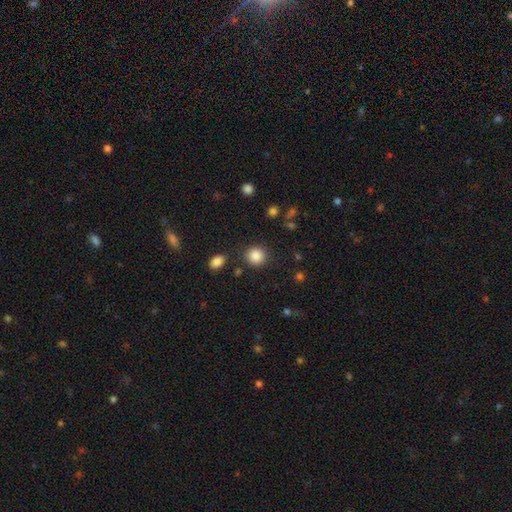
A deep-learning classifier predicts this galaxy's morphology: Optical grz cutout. It shows a smooth galaxy with no disk features (86%) that is round (89%). Merging: none (86%).